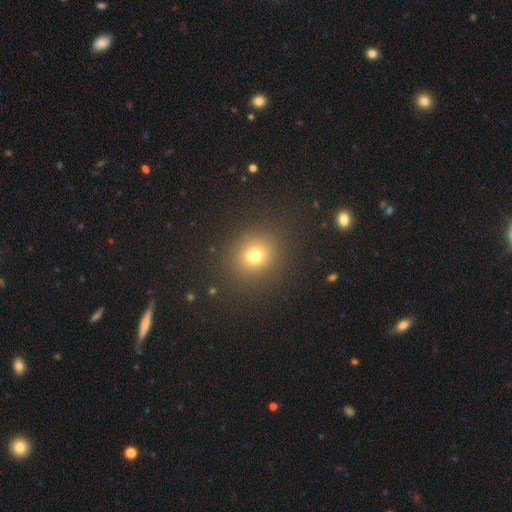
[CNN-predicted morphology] smooth-or-featured: smooth: 71% | star or artifact: 20% | featured or disk: 9%
  how-rounded: round: 77% | in between: 22% | cigar-shaped: 1%
  merging: none: 84% | minor disturbance: 9% | major disturbance: 4% | merger: 3%